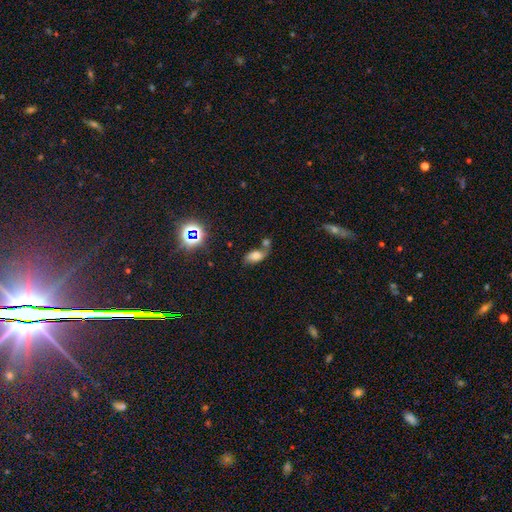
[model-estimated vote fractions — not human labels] Smooth or featured?
  - smooth: 63% *
  - featured or disk: 19%
  - star or artifact: 17%
How rounded?
  - in between: 89% *
  - round: 8%
  - cigar-shaped: 3%
Merging?
  - merger: 40% *
  - none: 31%
  - minor disturbance: 17%
  - major disturbance: 12%